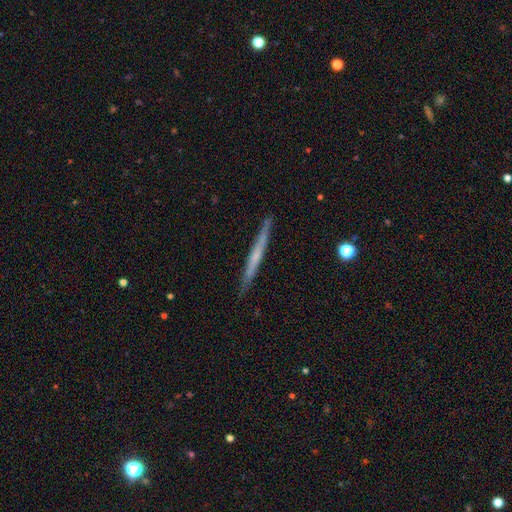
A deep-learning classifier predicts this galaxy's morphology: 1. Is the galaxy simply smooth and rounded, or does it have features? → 56% featured or disk, 38% smooth, 6% star or artifact.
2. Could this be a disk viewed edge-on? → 97% yes, 3% no.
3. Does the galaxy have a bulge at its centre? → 75% none, 18% rounded, 6% boxy.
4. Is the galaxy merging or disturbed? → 90% none, 7% minor disturbance, 1% major disturbance, 1% merger.